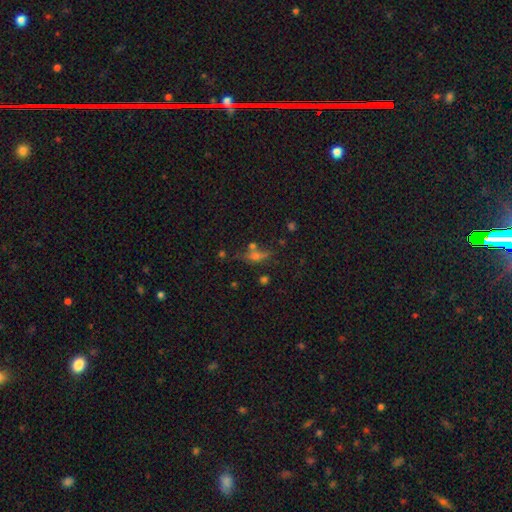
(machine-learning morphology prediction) Smooth or featured: smooth — 42% (star or artifact — 31%)
Merging: none — 60% (minor disturbance — 16%)